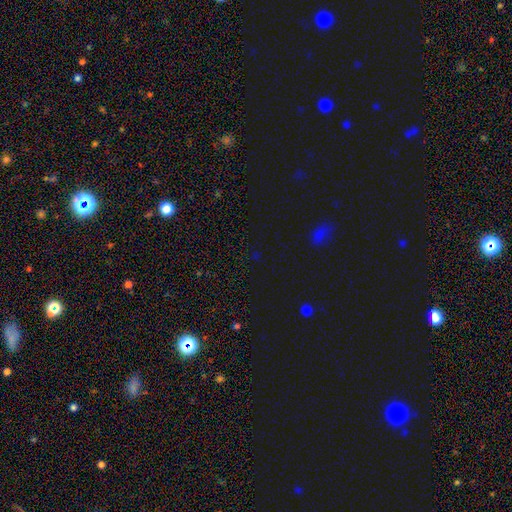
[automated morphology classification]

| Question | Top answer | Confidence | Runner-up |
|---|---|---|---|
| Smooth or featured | star or artifact | 69% | smooth (24%) |